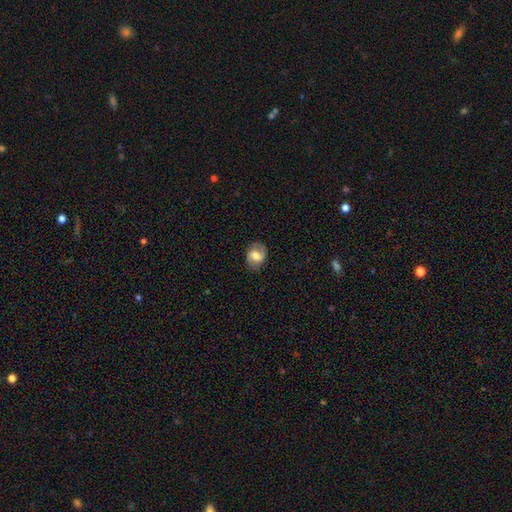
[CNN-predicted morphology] Smooth or featured? featured or disk (47%)
Merging? none (77%)